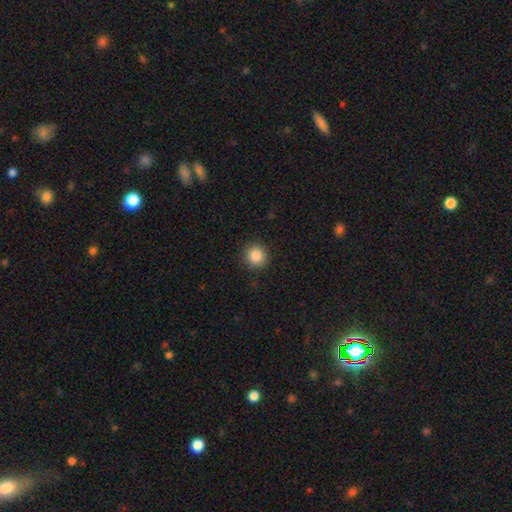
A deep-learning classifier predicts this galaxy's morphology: A smooth galaxy with no disk features (86%) that is round (94%).

Vote fractions:
- Smooth or featured? smooth: 86% / star or artifact: 10% / featured or disk: 4%
- How rounded? round: 94% / in between: 5% / cigar-shaped: 1%
- Merging? none: 91% / minor disturbance: 6% / major disturbance: 2% / merger: 1%